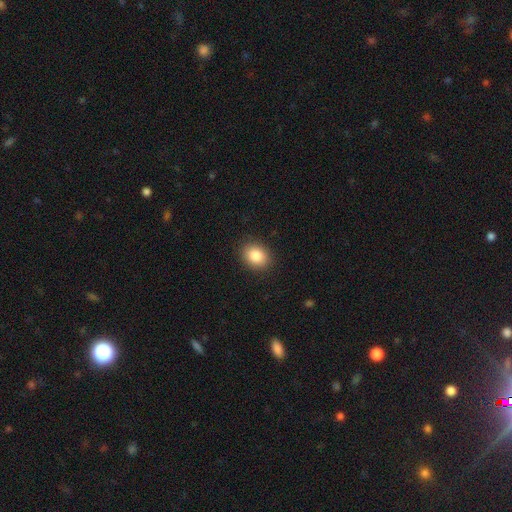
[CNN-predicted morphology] Smooth or featured: smooth — 85% (star or artifact — 9%)
How rounded: in between — 50% (round — 49%)
Merging: none — 89% (minor disturbance — 7%)